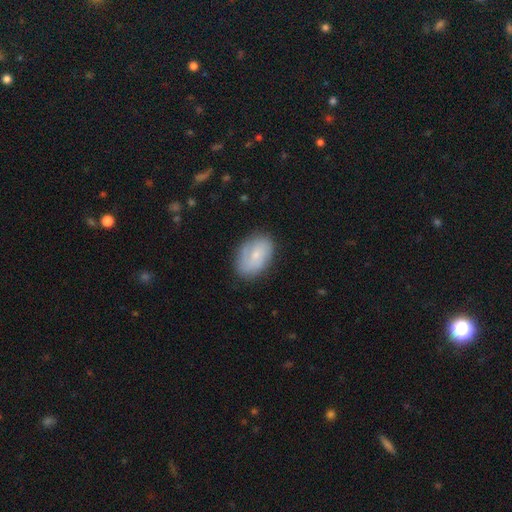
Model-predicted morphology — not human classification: Smooth or featured? smooth (55%)
How rounded? in between (86%)
Merging? none (76%)